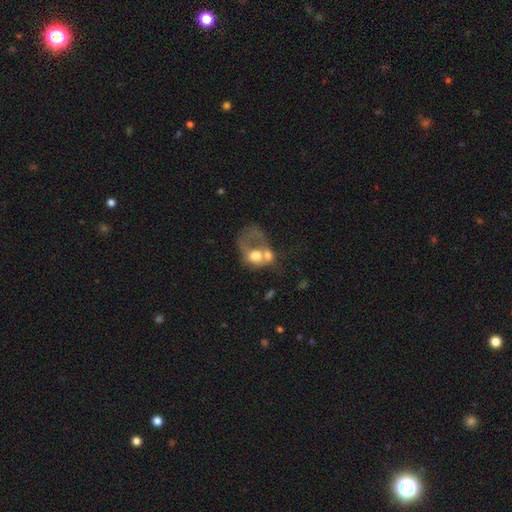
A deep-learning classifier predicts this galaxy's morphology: Smooth or featured: smooth — 47% (featured or disk — 43%)
Merging: merger — 59% (major disturbance — 24%)